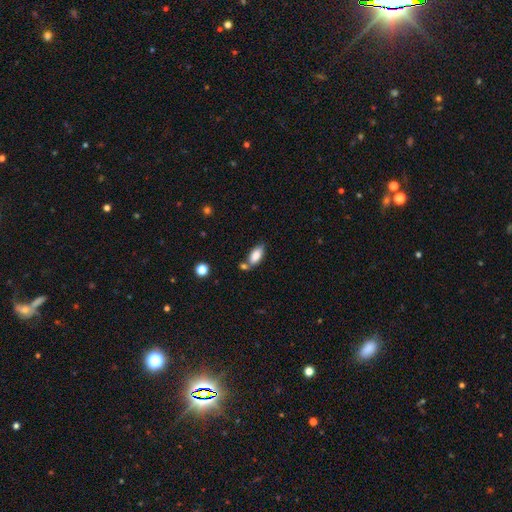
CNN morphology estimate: Q: Smooth or featured?
A: smooth (81%); runner-up: featured or disk (11%)
Q: How rounded?
A: in between (85%); runner-up: cigar-shaped (12%)
Q: Merging?
A: none (58%); runner-up: merger (20%)